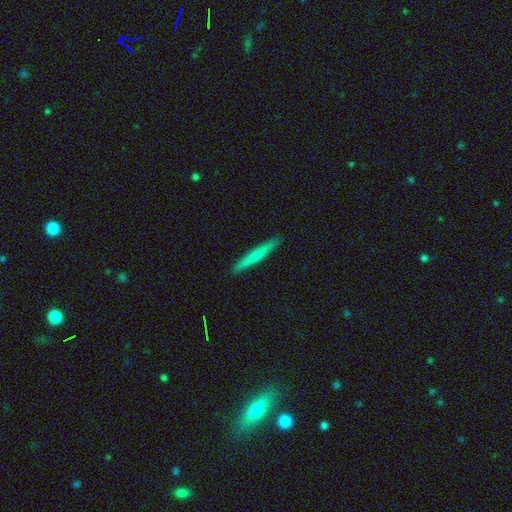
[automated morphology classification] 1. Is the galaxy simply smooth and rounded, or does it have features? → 63% smooth, 32% featured or disk, 6% star or artifact.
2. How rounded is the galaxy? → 96% cigar-shaped, 3% in between, 1% round.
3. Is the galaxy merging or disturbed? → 93% none, 5% minor disturbance, 1% major disturbance, 1% merger.